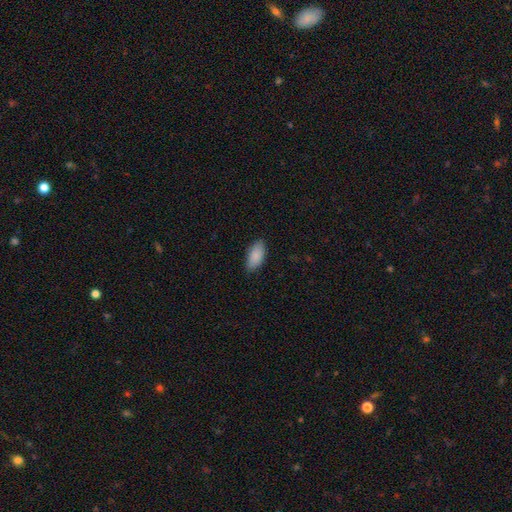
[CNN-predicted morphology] Smooth or featured: smooth — 89% (star or artifact — 6%)
How rounded: in between — 92% (cigar-shaped — 6%)
Merging: none — 84% (minor disturbance — 13%)